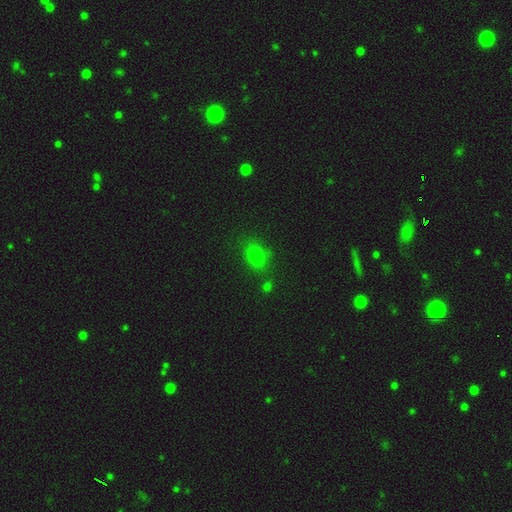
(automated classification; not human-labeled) This is likely a smooth galaxy (74%). How rounded: possibly in between (58%). Merging: likely none (75%).